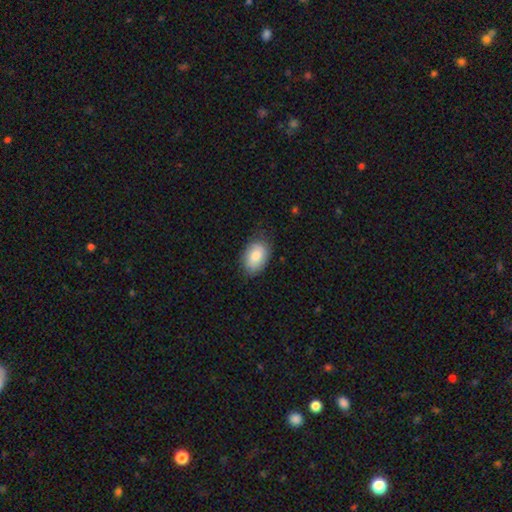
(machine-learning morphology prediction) The model was most divided on "merging": none: 78%, minor disturbance: 18%, major disturbance: 4%, merger: 1%. More confident: how rounded — in between (88%); smooth or featured — smooth (83%).